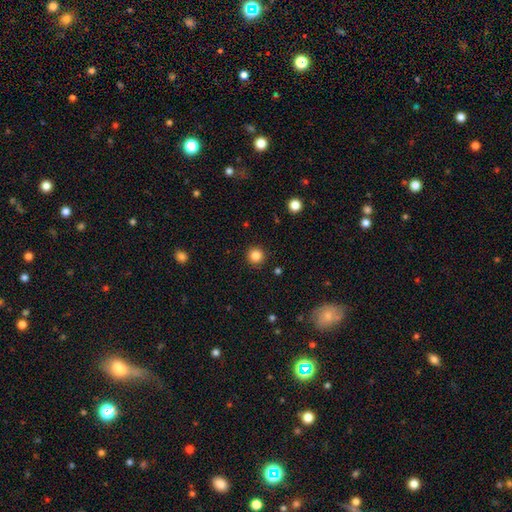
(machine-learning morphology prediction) The model was most divided on "smooth or featured": smooth: 84%, star or artifact: 12%, featured or disk: 4%. More confident: how rounded — round (95%); merging — none (92%).